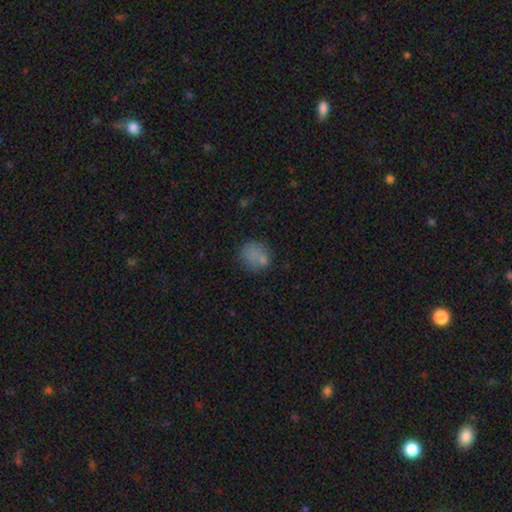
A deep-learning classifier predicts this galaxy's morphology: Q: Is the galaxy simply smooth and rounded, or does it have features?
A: smooth — 74%.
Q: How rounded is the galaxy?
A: round — 82%.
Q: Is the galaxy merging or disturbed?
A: none — 67%.